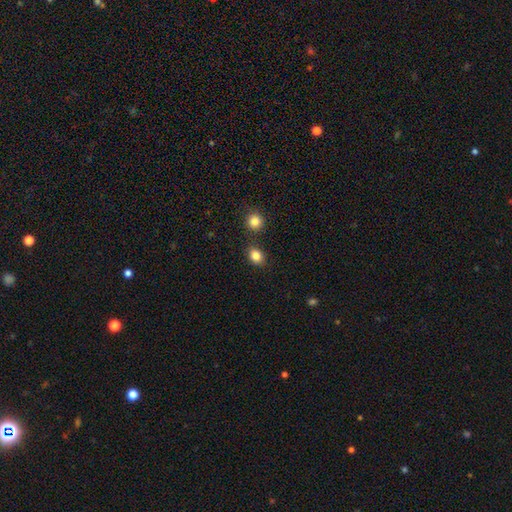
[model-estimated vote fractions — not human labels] This is clearly a smooth galaxy (84%). How rounded: possibly in between (54%). Merging: clearly none (80%).